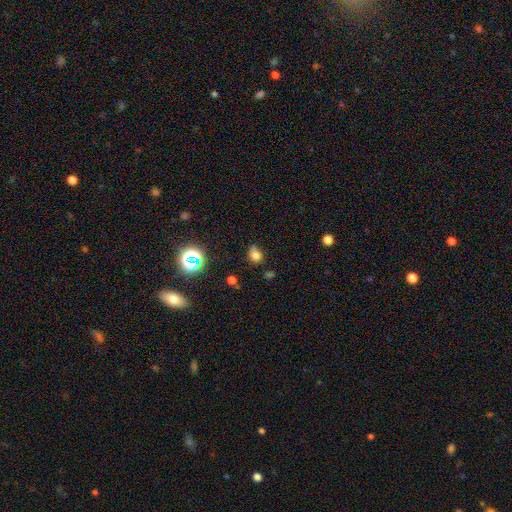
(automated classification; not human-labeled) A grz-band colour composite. It shows a smooth galaxy with no disk features (73%) that is round (67%). Merging: none (53%).